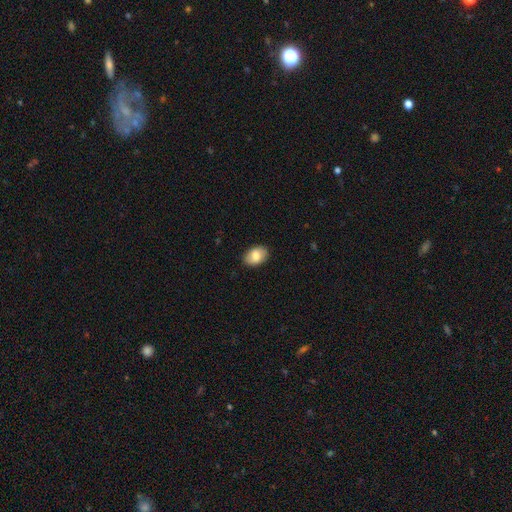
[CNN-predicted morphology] The model was most divided on "smooth or featured": smooth: 79%, featured or disk: 14%, star or artifact: 7%. More confident: merging — none (87%); how rounded — in between (85%).